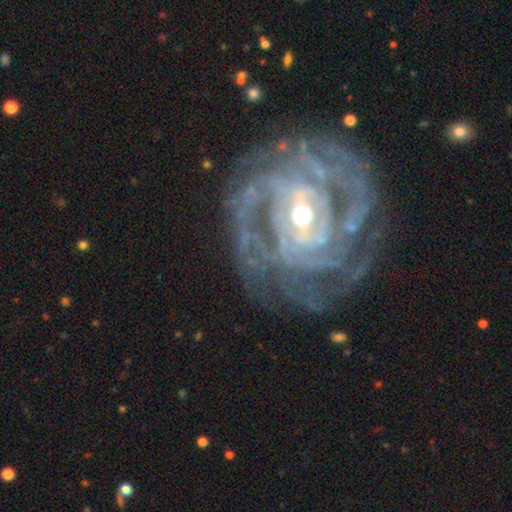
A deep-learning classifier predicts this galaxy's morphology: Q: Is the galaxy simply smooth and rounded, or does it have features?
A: featured or disk — 91%.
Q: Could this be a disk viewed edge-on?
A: no — 97%.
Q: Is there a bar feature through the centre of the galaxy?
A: weak — 39%.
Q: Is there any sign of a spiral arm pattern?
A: yes — 97%.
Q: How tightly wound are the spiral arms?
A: tight — 72%.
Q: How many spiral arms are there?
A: can't tell — 22%.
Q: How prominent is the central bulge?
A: moderate — 59%.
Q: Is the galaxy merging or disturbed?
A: none — 74%.